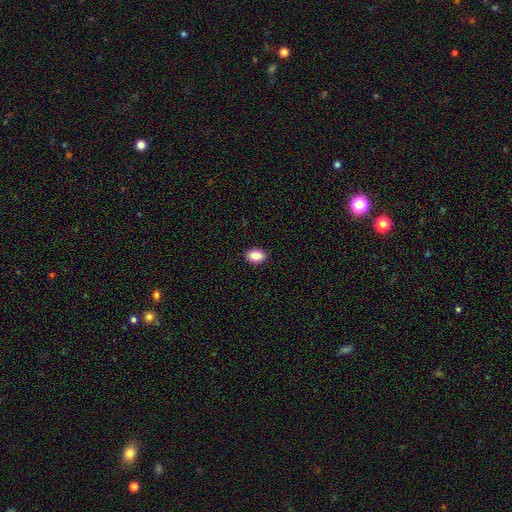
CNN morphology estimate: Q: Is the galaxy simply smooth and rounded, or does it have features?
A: smooth — 86%.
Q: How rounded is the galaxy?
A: in between — 83%.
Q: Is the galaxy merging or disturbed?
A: none — 90%.